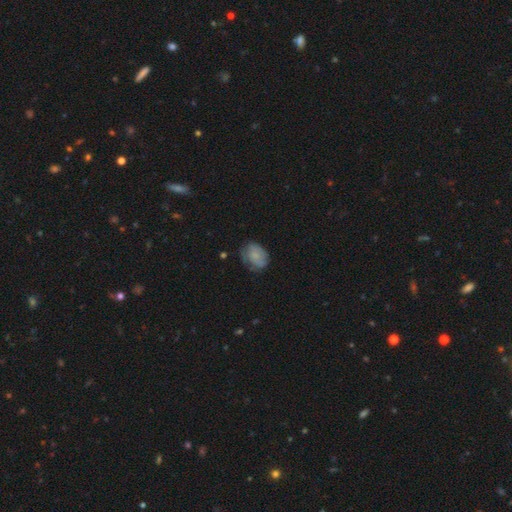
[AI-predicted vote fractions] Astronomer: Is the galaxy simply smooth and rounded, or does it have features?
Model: smooth — 60%.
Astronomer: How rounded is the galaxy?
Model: in between — 64%.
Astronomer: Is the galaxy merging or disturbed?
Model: none — 57%.